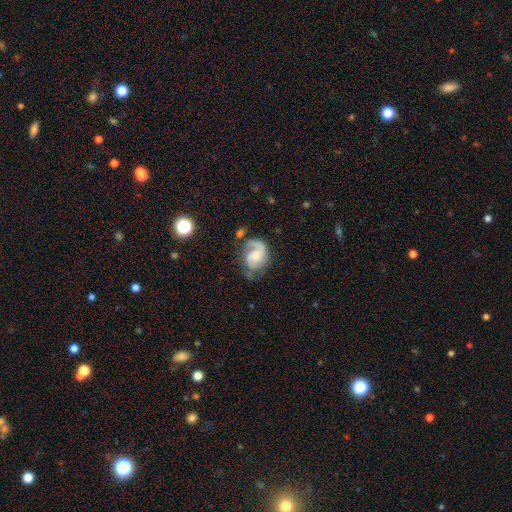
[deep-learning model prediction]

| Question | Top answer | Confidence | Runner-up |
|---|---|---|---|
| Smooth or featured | featured or disk | 76% | smooth (17%) |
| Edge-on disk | no | 98% | yes (2%) |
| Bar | no | 62% | weak (33%) |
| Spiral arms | yes | 93% | no (7%) |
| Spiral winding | medium | 45% | tight (31%) |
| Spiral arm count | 2 | 56% | 1 (32%) |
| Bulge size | small | 47% | moderate (36%) |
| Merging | none | 51% | minor disturbance (25%) |